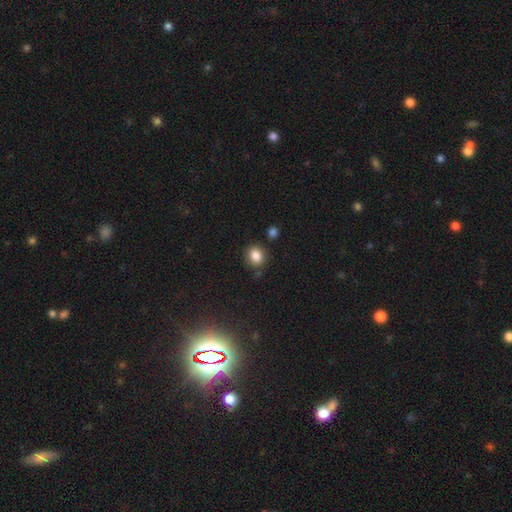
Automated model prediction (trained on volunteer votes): smooth 84%, star or artifact 10%, featured or disk 5%. Down the decision tree: how rounded — round (70%); merging — none (80%).